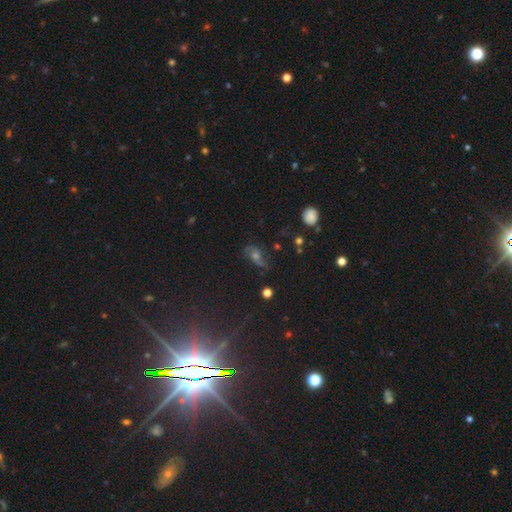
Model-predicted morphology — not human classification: Smooth or featured? featured or disk (45%)
Merging? none (56%)